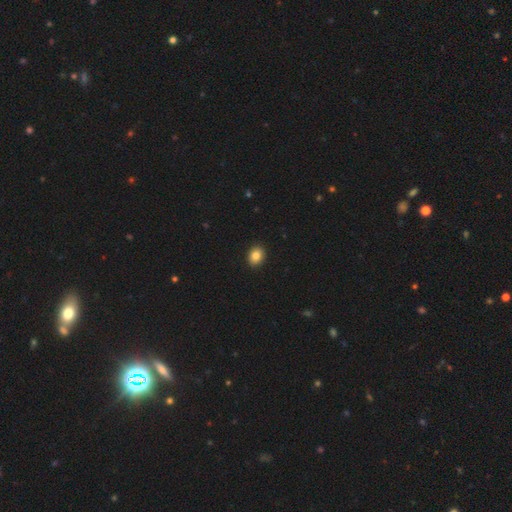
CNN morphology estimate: type=smooth (85%); roundness=in between (53%); merging=none (92%).